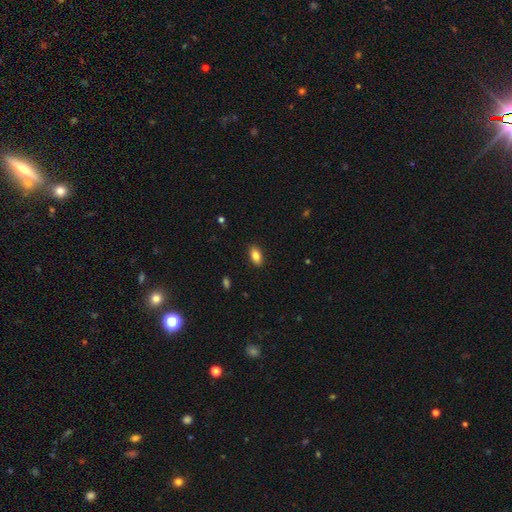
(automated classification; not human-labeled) smooth_or_featured: smooth (p=0.85) [alt: star or artifact p=0.08]
how_rounded: in between (p=0.91) [alt: round p=0.06]
merging: none (p=0.89) [alt: minor disturbance p=0.08]